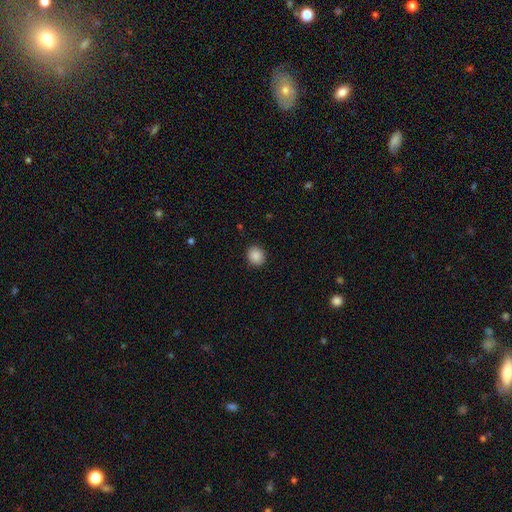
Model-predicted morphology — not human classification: Smooth or featured?
  - smooth: 88% *
  - star or artifact: 9%
  - featured or disk: 3%
How rounded?
  - round: 73% *
  - in between: 26%
  - cigar-shaped: 1%
Merging?
  - none: 89% *
  - minor disturbance: 7%
  - major disturbance: 2%
  - merger: 1%